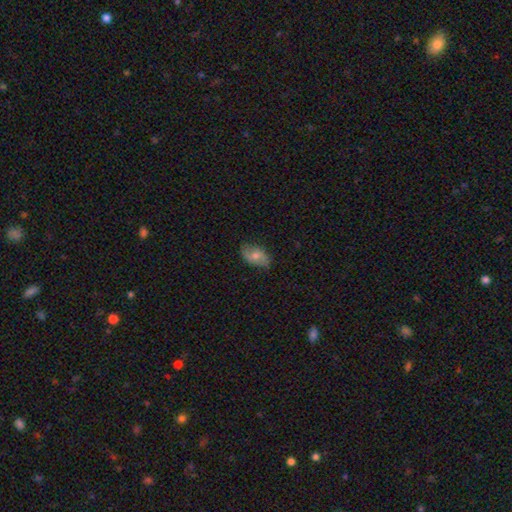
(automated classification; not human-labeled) Smooth or featured? Predicted: smooth (p=0.48). Merging? Predicted: none (p=0.79).